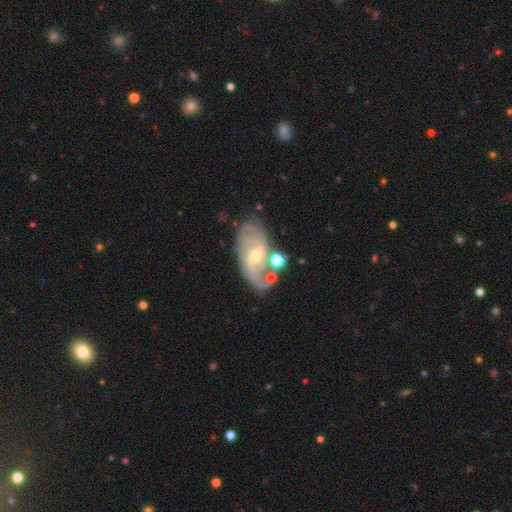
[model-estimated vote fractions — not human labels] This appears to be a featured or disk galaxy (83%) with a weak bar (46%), 2 (55%) medium (42%) spiral arms (93%) and a small central bulge (51%). Merging: none (62%).